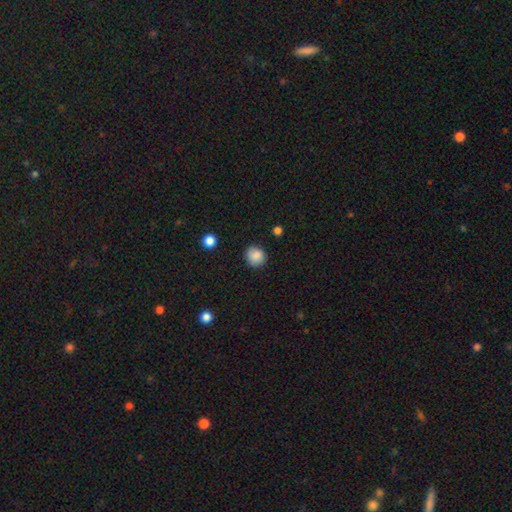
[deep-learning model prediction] Smooth or featured: smooth — 87% (star or artifact — 9%)
How rounded: round — 88% (in between — 11%)
Merging: none — 84% (minor disturbance — 12%)